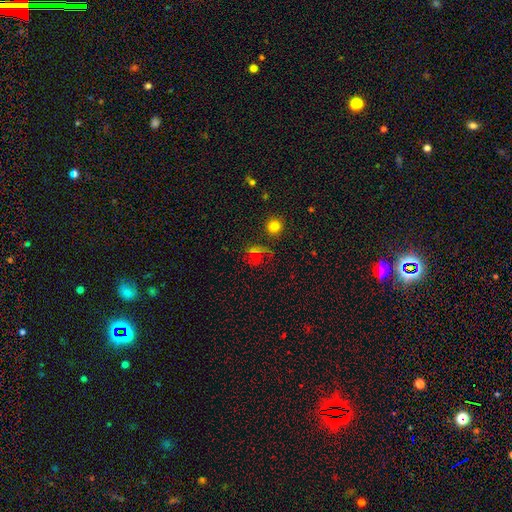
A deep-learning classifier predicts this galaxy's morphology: type=smooth (44%); merging=none (48%).